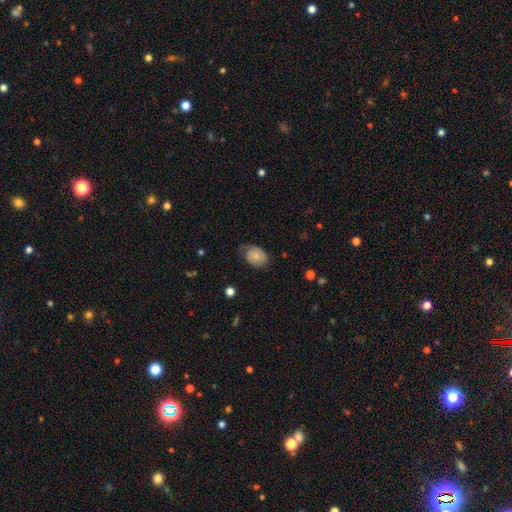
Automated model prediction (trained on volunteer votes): Overall: smooth (70%). How rounded: in between (74%). Merging: none (57%; minor disturbance 32%).